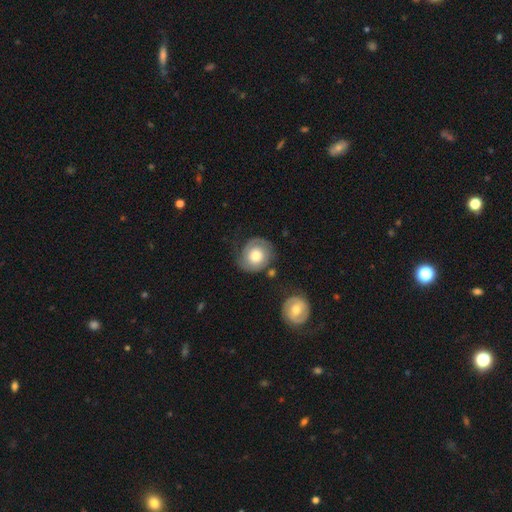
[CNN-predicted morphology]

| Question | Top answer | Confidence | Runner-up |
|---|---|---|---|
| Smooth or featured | featured or disk | 62% | smooth (31%) |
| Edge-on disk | no | 97% | yes (3%) |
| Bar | no | 79% | weak (18%) |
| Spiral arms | yes | 88% | no (12%) |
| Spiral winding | tight | 64% | medium (26%) |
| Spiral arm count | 2 | 60% | 1 (23%) |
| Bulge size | moderate | 60% | large (25%) |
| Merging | none | 69% | minor disturbance (18%) |